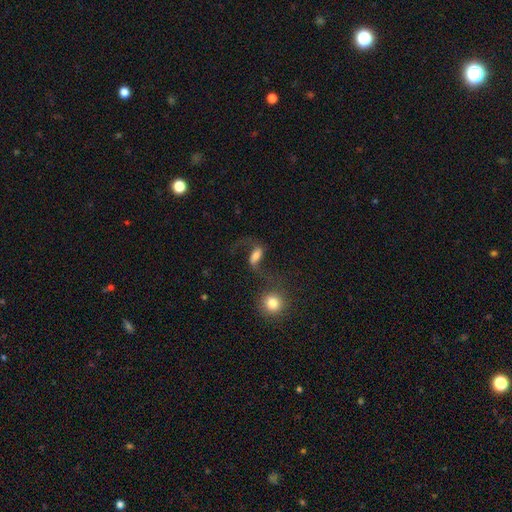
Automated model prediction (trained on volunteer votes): Smooth or featured? featured or disk (59%)
Edge-on disk? no (92%)
Bar? weak (39%)
Spiral arms? yes (88%)
Bulge size? moderate (38%)
Merging? none (49%)